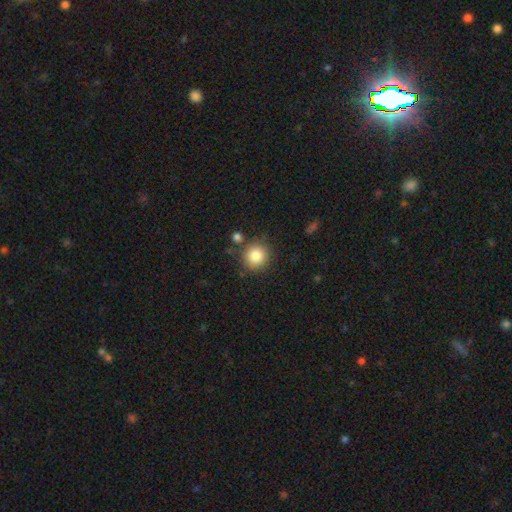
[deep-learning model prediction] smooth 84%, star or artifact 9%, featured or disk 6%. Down the decision tree: how rounded — round (91%); merging — none (82%).